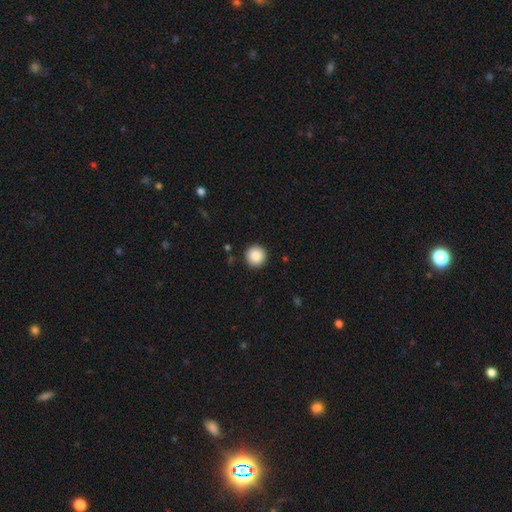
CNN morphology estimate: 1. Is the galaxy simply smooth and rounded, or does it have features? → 88% smooth, 8% star or artifact, 4% featured or disk.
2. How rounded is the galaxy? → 96% round, 3% in between, 1% cigar-shaped.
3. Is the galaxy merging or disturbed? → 92% none, 5% minor disturbance, 2% major disturbance, 1% merger.